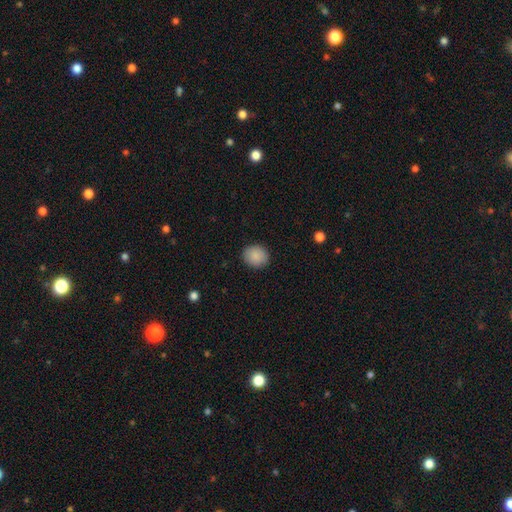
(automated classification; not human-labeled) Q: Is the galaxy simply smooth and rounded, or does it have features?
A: smooth — 88%.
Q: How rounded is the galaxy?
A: round — 72%.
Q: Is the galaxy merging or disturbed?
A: none — 89%.